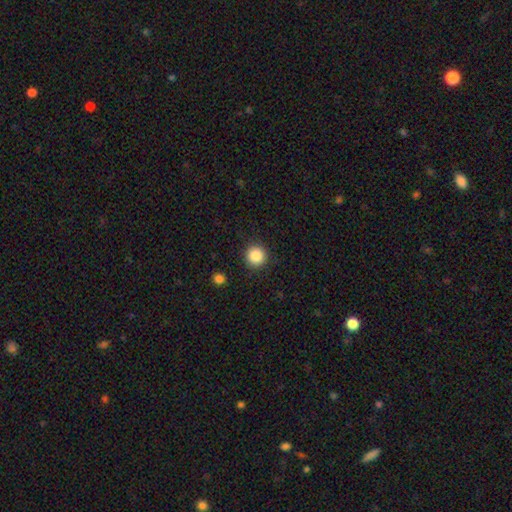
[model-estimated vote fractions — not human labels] Q: Smooth or featured?
A: smooth (86%); runner-up: star or artifact (10%)
Q: How rounded?
A: round (95%); runner-up: in between (4%)
Q: Merging?
A: none (91%); runner-up: minor disturbance (5%)